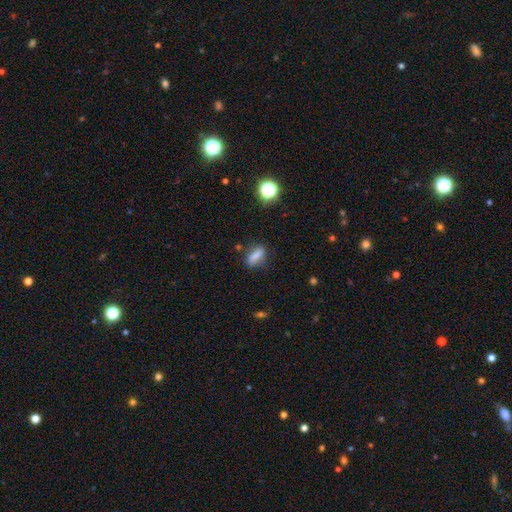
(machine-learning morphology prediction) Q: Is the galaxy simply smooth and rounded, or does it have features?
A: smooth — 78%.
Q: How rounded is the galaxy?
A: in between — 61%.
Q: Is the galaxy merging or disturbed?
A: none — 77%.